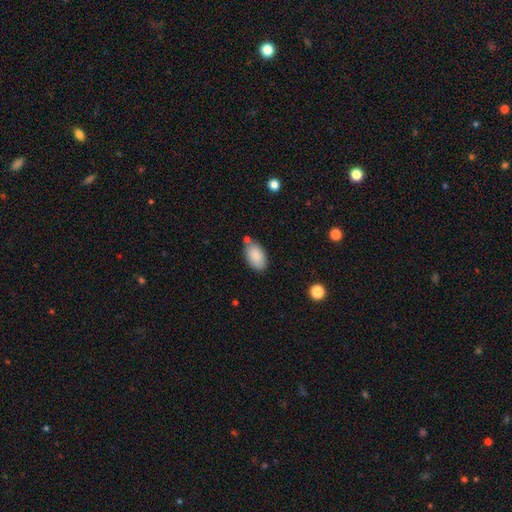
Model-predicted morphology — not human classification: A smooth galaxy with no disk features (88%) that is in between round and cigar-shaped (95%).

Vote fractions:
- Smooth or featured? smooth: 88% / star or artifact: 7% / featured or disk: 6%
- How rounded? in between: 95% / round: 3% / cigar-shaped: 2%
- Merging? none: 71% / minor disturbance: 17% / merger: 9% / major disturbance: 4%